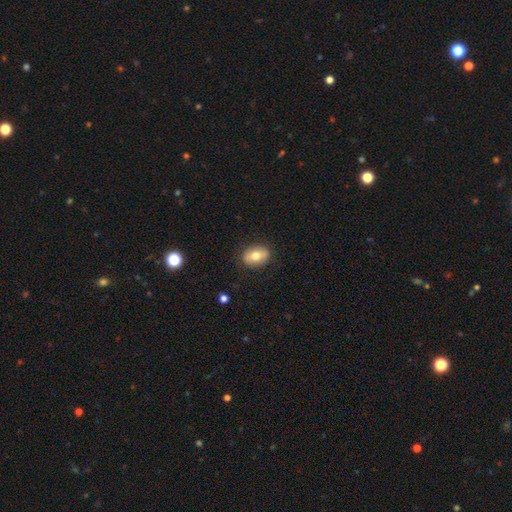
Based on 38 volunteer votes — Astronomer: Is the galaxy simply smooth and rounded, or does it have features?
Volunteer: smooth — 79%.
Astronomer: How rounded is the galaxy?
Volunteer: in between — 70%.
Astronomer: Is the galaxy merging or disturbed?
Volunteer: none — 86%.